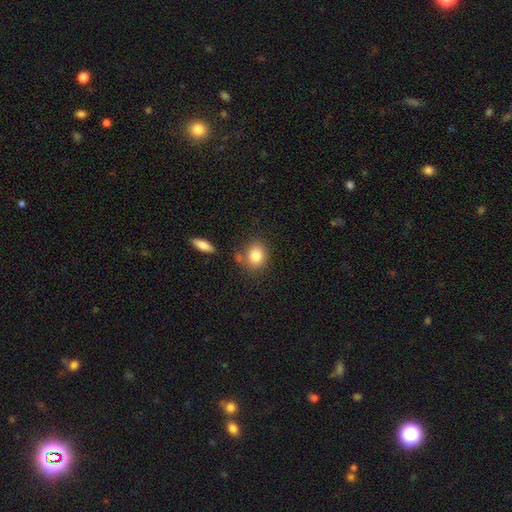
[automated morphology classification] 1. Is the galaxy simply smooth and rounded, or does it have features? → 82% smooth, 9% featured or disk, 9% star or artifact.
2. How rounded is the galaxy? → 60% round, 39% in between, 1% cigar-shaped.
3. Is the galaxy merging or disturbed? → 72% none, 13% minor disturbance, 11% merger, 4% major disturbance.